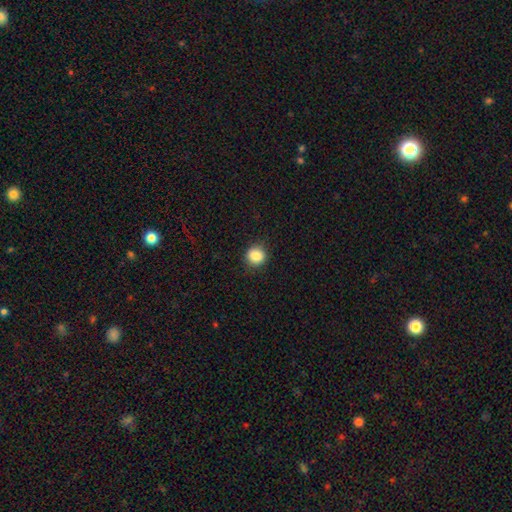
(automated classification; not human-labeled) This is clearly a smooth galaxy (86%). How rounded: clearly round (83%). Merging: clearly none (86%).